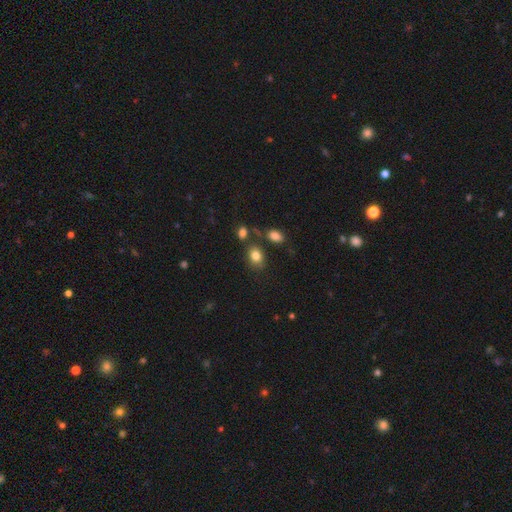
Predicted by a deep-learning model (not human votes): smooth 82%, star or artifact 10%, featured or disk 8%. Down the decision tree: how rounded — in between (69%); merging — none (71%).